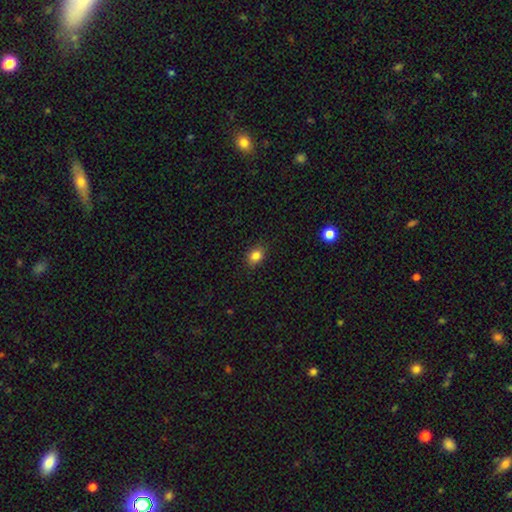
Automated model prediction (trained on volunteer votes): Smooth or featured? smooth (84%)
How rounded? in between (59%)
Merging? none (86%)